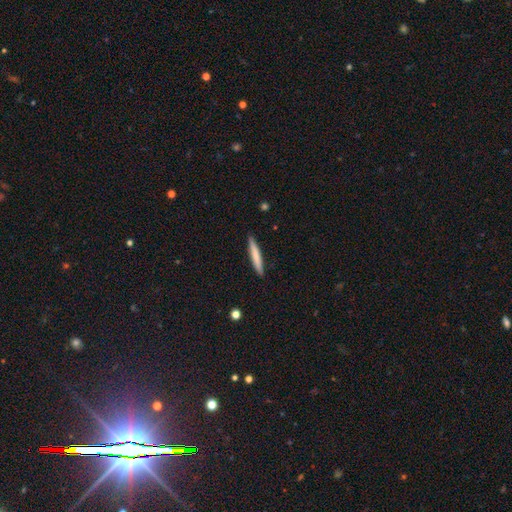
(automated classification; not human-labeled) Smooth or featured? smooth (74%)
How rounded? cigar-shaped (95%)
Merging? none (90%)